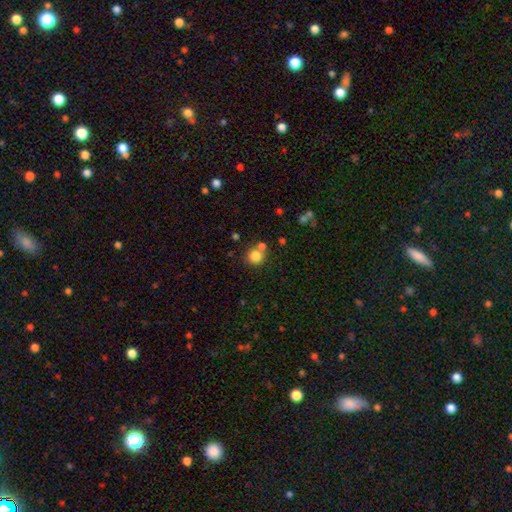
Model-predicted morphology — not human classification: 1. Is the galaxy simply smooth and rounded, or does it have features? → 81% smooth, 12% star or artifact, 7% featured or disk.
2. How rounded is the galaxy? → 89% round, 10% in between, 1% cigar-shaped.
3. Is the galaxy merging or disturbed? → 66% none, 21% merger, 9% minor disturbance, 4% major disturbance.